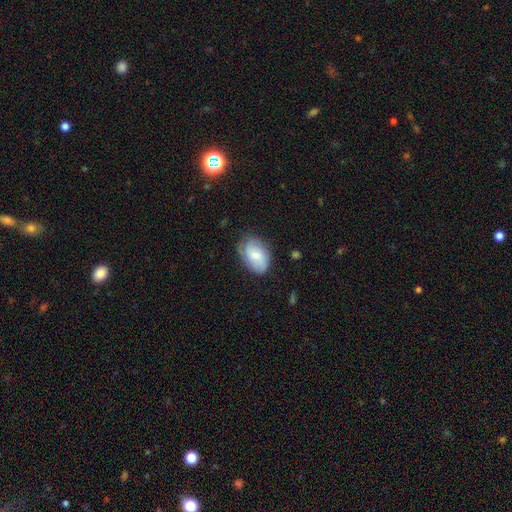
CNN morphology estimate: The model was most divided on "smooth or featured": smooth: 63%, featured or disk: 30%, star or artifact: 7%. More confident: how rounded — in between (87%); merging — none (68%).